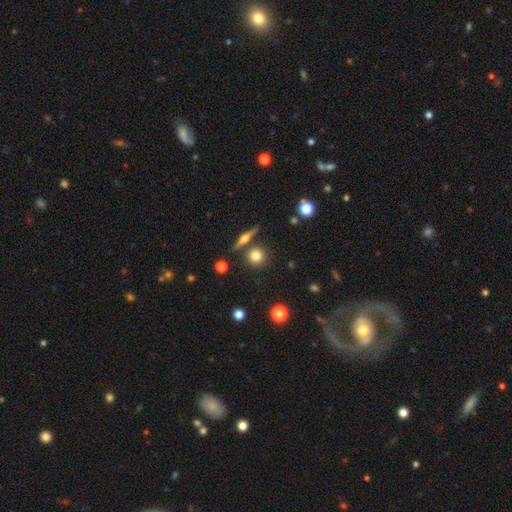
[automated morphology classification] smooth 76%, featured or disk 13%, star or artifact 11%. Down the decision tree: how rounded — round (90%); merging — none (79%).